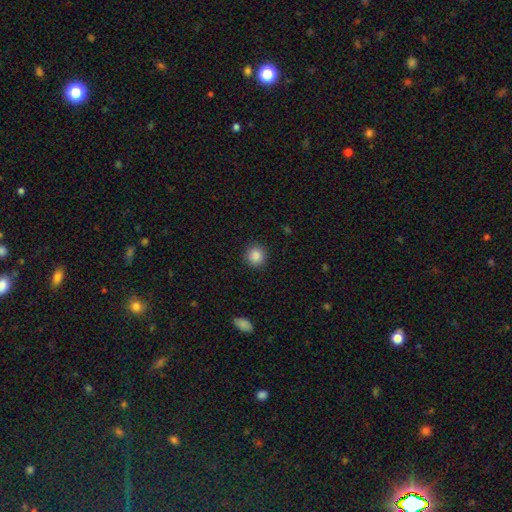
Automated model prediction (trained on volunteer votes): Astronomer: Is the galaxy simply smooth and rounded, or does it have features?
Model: smooth — 87%.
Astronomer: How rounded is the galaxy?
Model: round — 91%.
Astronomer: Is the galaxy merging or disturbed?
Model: none — 90%.